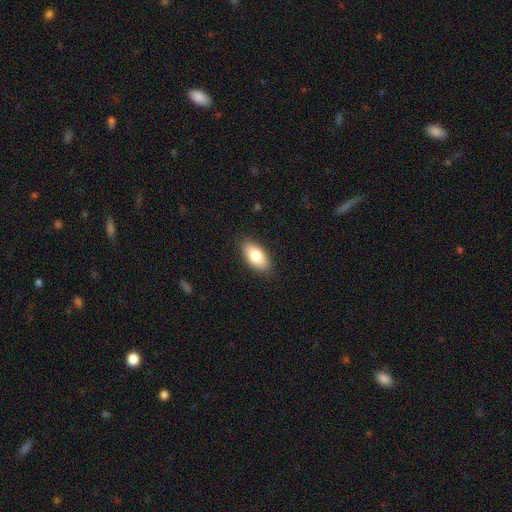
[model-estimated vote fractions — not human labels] smooth_or_featured: smooth (p=0.82) [alt: featured or disk p=0.11]
how_rounded: in between (p=0.92) [alt: cigar-shaped p=0.04]
merging: none (p=0.87) [alt: minor disturbance p=0.09]